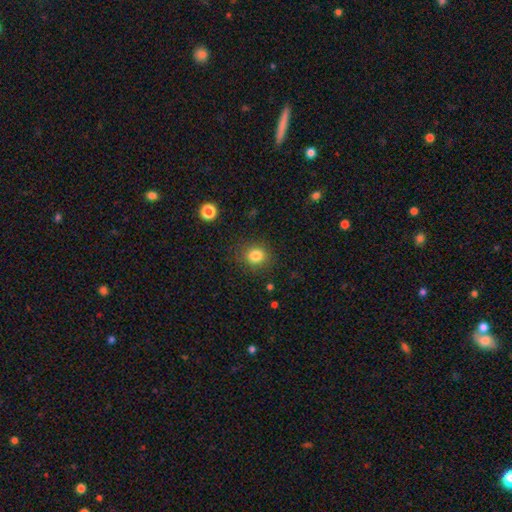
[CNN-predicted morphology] Smooth or featured? Predicted: smooth (p=0.83). How rounded? Predicted: round (p=0.76). Merging? Predicted: none (p=0.84).